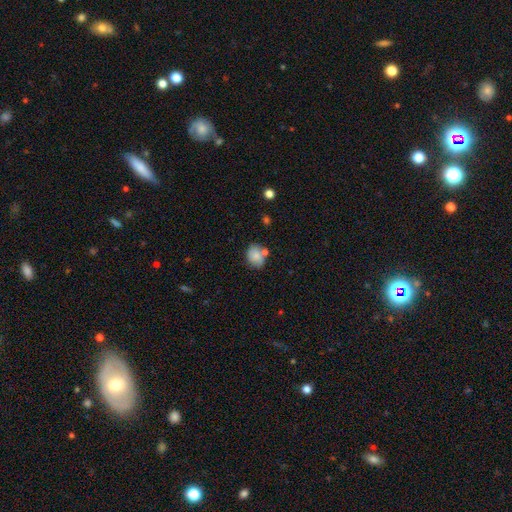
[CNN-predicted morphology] A smooth galaxy with no disk features (82%) that is in between round and cigar-shaped (51%). Merging: none (62%).